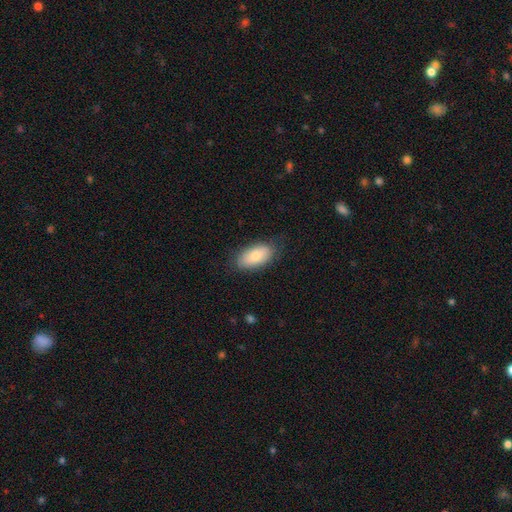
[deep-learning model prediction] A smooth galaxy with no disk features (79%) that is in between round and cigar-shaped (93%). Merging: none (78%).